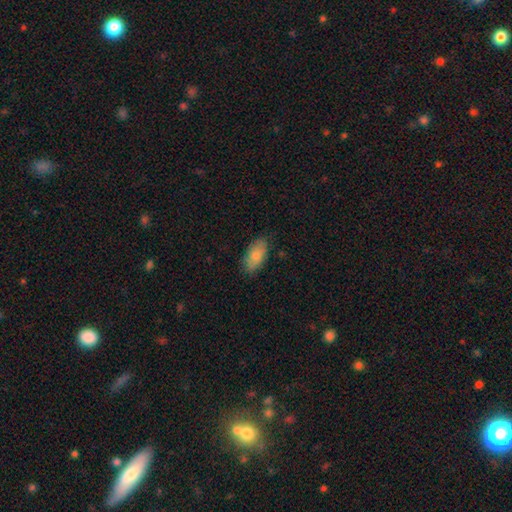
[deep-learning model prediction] Overall: smooth (79%). How rounded: in between (92%). Merging: none (82%).